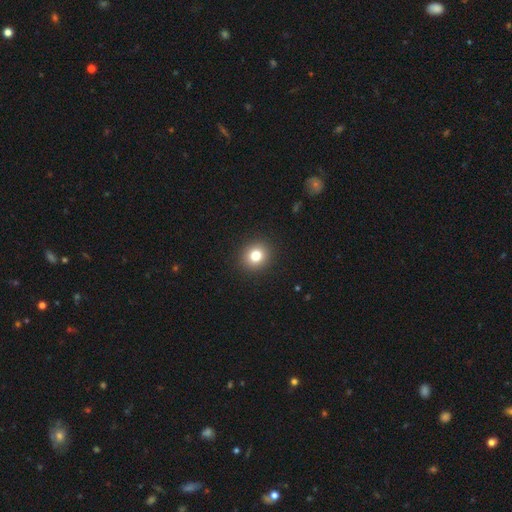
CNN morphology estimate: smooth-or-featured: smooth: 81% | star or artifact: 12% | featured or disk: 8%
  how-rounded: round: 81% | in between: 19% | cigar-shaped: 1%
  merging: none: 92% | minor disturbance: 5% | major disturbance: 2% | merger: 1%